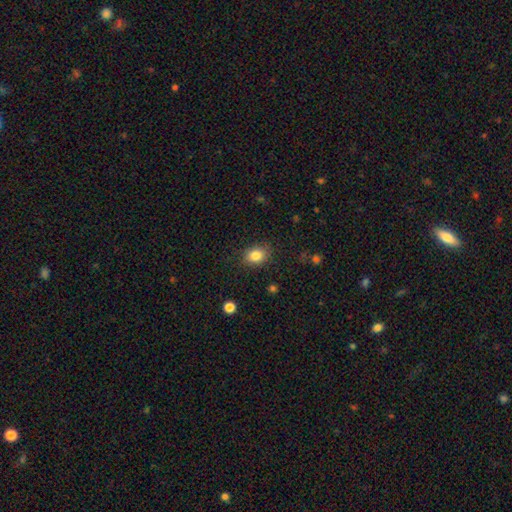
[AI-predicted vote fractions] smooth_or_featured: smooth (p=0.83) [alt: star or artifact p=0.10]
how_rounded: in between (p=0.56) [alt: round p=0.43]
merging: none (p=0.85) [alt: minor disturbance p=0.11]